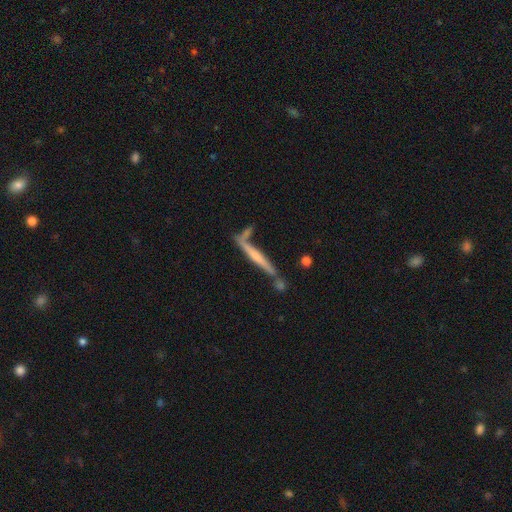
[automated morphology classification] This is possibly a featured or disk galaxy (58%). It is clearly viewed edge-on (93%). Edge-on bulge: possibly none (48%). Merging: likely none (61%).